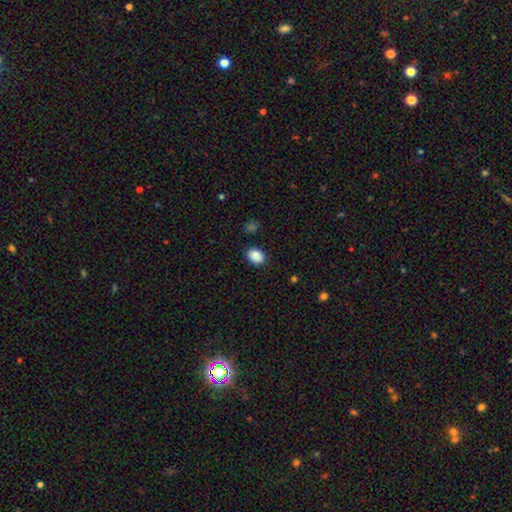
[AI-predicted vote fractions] Smooth or featured?
  - smooth: 88% *
  - star or artifact: 8%
  - featured or disk: 4%
How rounded?
  - in between: 73% *
  - round: 27%
  - cigar-shaped: 1%
Merging?
  - none: 82% *
  - minor disturbance: 13%
  - major disturbance: 3%
  - merger: 2%